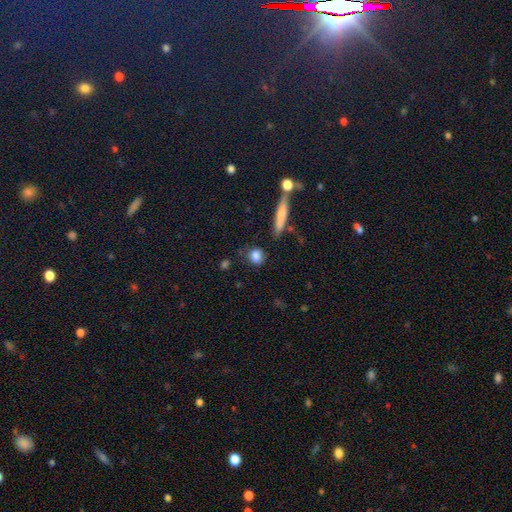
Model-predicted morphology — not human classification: Smooth or featured?
  - smooth: 84% *
  - star or artifact: 8%
  - featured or disk: 8%
How rounded?
  - round: 67% *
  - in between: 26%
  - cigar-shaped: 7%
Merging?
  - none: 79% *
  - minor disturbance: 13%
  - merger: 4%
  - major disturbance: 4%